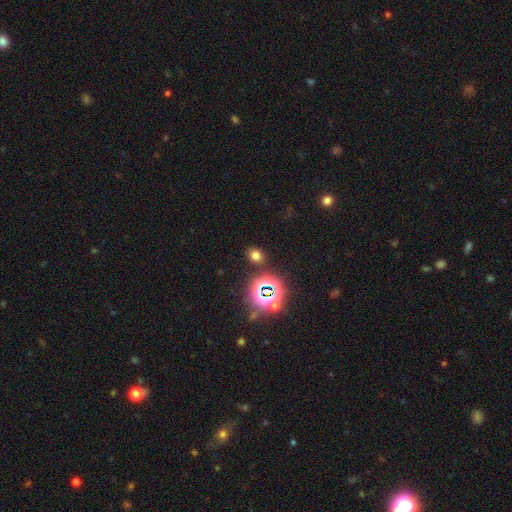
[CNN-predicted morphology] Overall: smooth (64%; star or artifact 29%). How rounded: round (49%, tied with in between). Merging: none (84%).